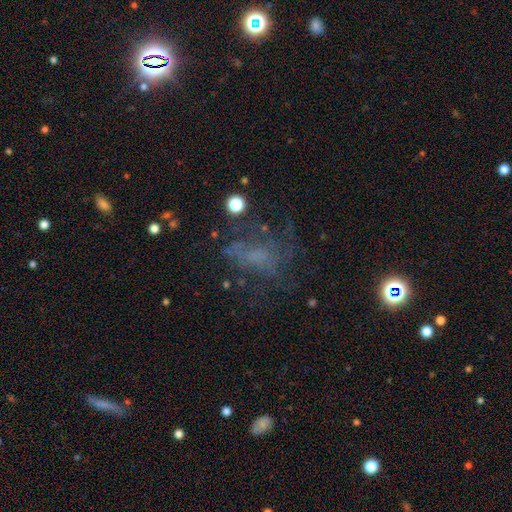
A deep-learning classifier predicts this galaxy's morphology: The model was most divided on "smooth or featured": featured or disk: 36%, star or artifact: 35%, smooth: 29%. Remaining: merging — none (49%).